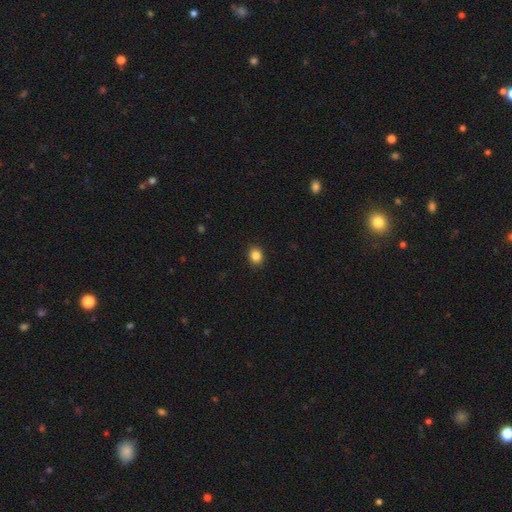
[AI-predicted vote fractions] Overall: smooth (86%). How rounded: round (64%; in between 35%). Merging: none (91%).